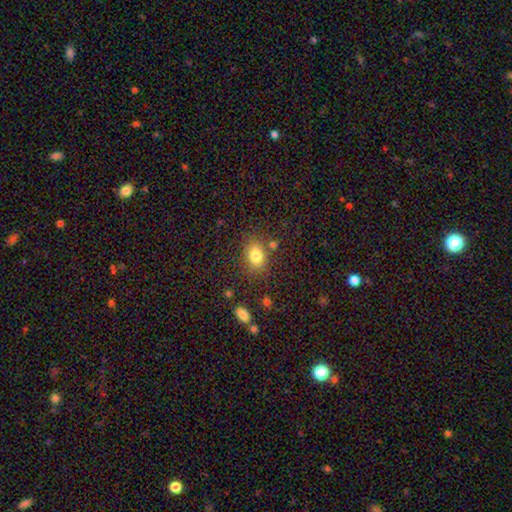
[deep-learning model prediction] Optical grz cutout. It shows a smooth galaxy with no disk features (81%) that is in between round and cigar-shaped (66%). Merging: none (75%).